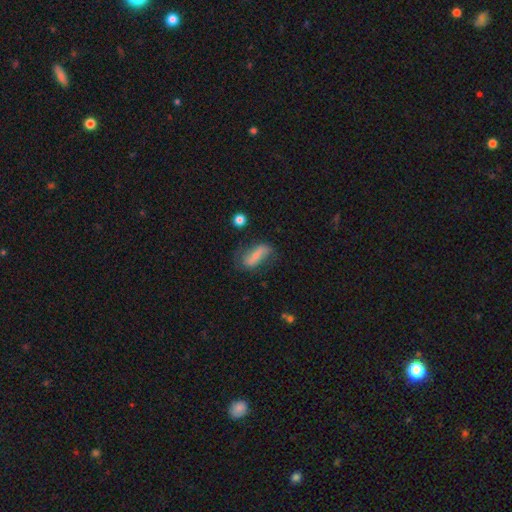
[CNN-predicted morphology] A featured or disk galaxy (50%).

Vote fractions:
- Smooth or featured? featured or disk: 50% / smooth: 42% / star or artifact: 8%
- Merging? none: 56% / minor disturbance: 26% / major disturbance: 15% / merger: 3%